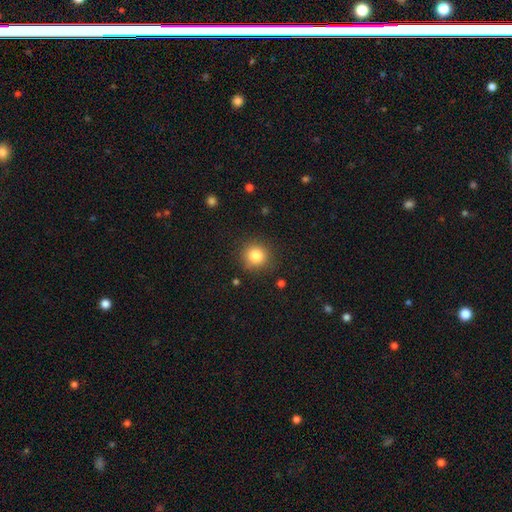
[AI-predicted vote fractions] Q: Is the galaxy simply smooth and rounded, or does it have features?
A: smooth — 83%.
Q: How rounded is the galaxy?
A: round — 92%.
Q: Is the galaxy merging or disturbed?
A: none — 87%.